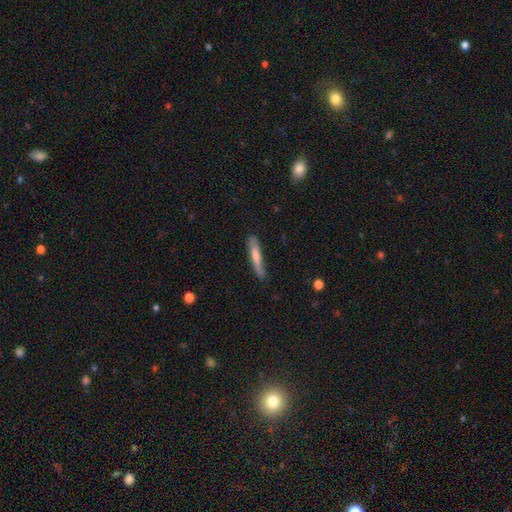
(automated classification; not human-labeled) A smooth galaxy with no disk features (62%) that is cigar-shaped (90%).

Vote fractions:
- Smooth or featured? smooth: 62% / featured or disk: 31% / star or artifact: 7%
- How rounded? cigar-shaped: 90% / in between: 9% / round: 2%
- Merging? none: 74% / minor disturbance: 20% / major disturbance: 4% / merger: 2%